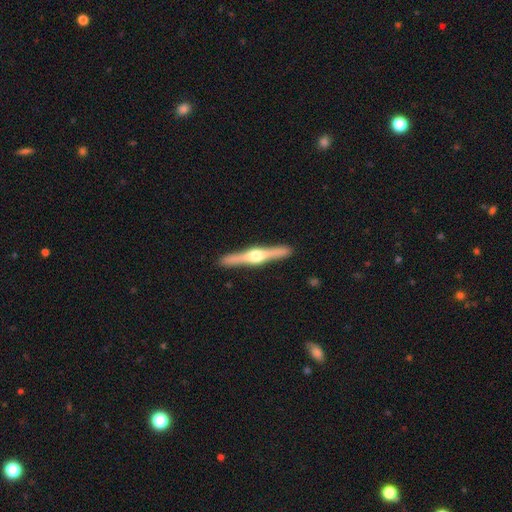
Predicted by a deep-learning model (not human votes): Smooth or featured? Predicted: featured or disk (p=0.81). Edge-on disk? Predicted: yes (p=0.98). Edge-on bulge? Predicted: rounded (p=0.95). Merging? Predicted: none (p=0.92).